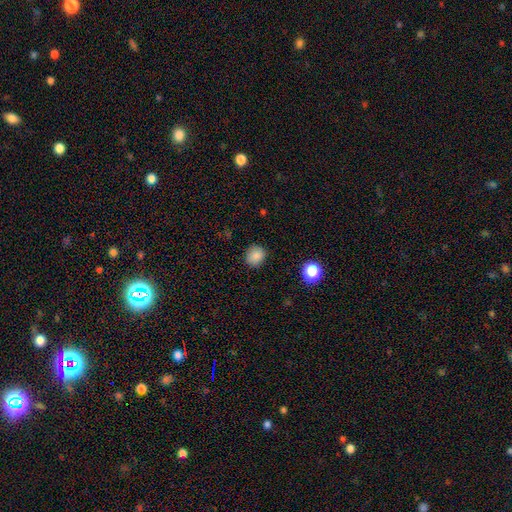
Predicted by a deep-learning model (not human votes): The model was most divided on "how rounded": round: 78%, in between: 21%, cigar-shaped: 1%. More confident: merging — none (87%); smooth or featured — smooth (85%).